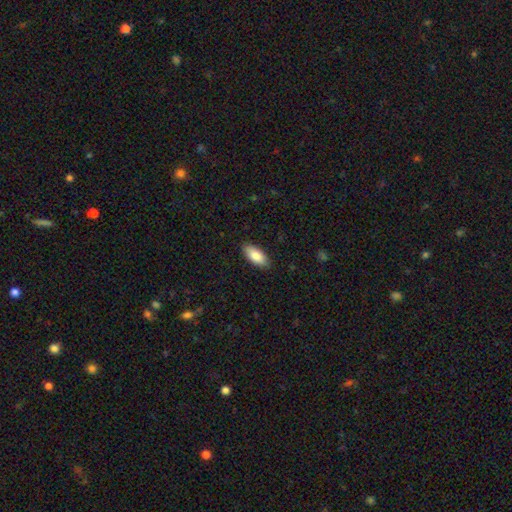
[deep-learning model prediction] This is clearly a smooth galaxy (86%). How rounded: clearly in between (89%). Merging: clearly none (89%).